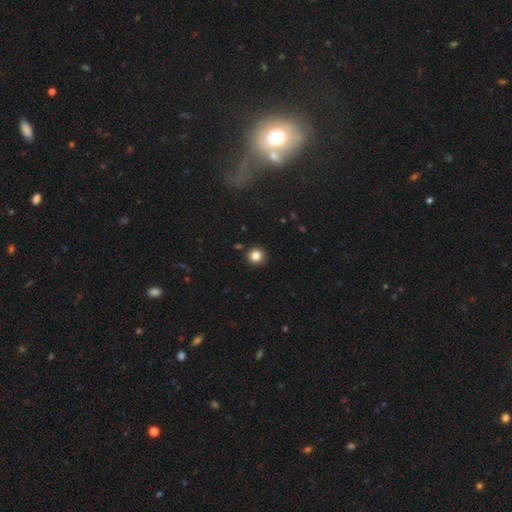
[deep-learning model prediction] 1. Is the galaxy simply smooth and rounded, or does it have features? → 84% smooth, 11% star or artifact, 5% featured or disk.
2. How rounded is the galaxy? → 94% round, 5% in between, 1% cigar-shaped.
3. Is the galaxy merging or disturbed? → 92% none, 5% minor disturbance, 2% major disturbance, 2% merger.